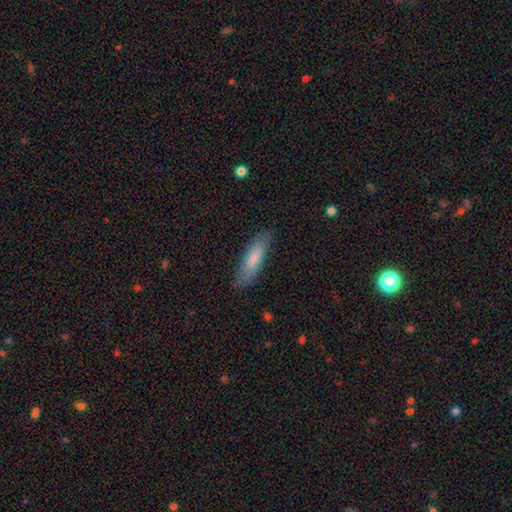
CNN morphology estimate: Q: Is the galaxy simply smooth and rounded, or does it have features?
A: smooth — 71%.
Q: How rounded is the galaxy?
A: cigar-shaped — 72%.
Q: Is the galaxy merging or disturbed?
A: none — 86%.